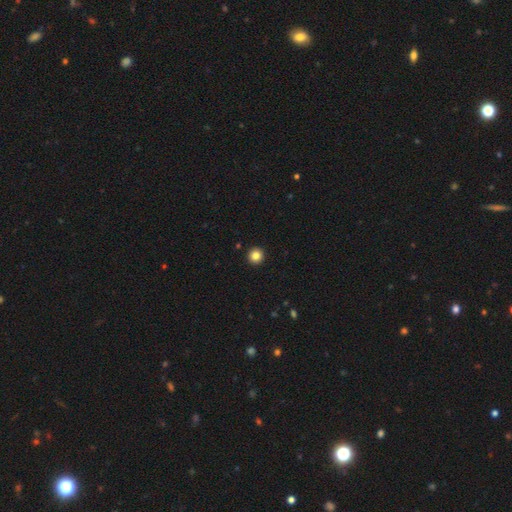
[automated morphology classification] A smooth galaxy with no disk features (84%) that is round (95%). Merging: none (94%).